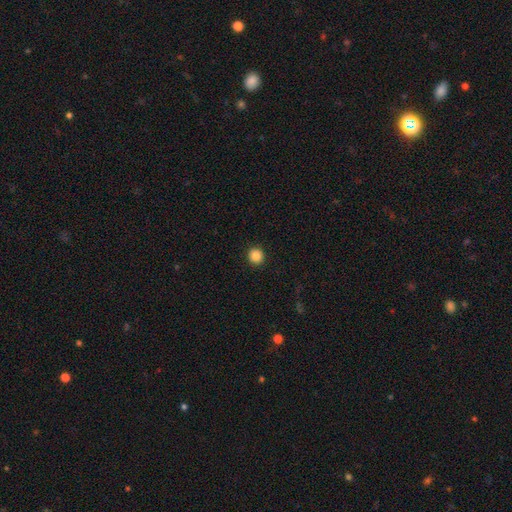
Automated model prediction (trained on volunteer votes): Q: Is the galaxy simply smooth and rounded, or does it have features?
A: smooth — 86%.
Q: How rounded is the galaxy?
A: round — 94%.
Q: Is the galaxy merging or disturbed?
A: none — 93%.